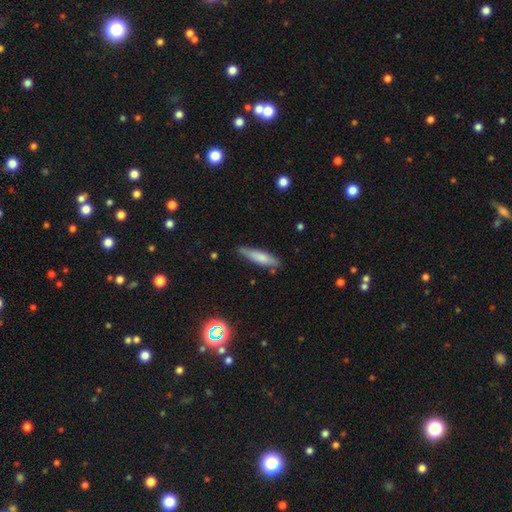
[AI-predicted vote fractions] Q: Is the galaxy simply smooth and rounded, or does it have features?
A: smooth — 64%.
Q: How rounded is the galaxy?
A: cigar-shaped — 80%.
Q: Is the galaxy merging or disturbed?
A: none — 80%.